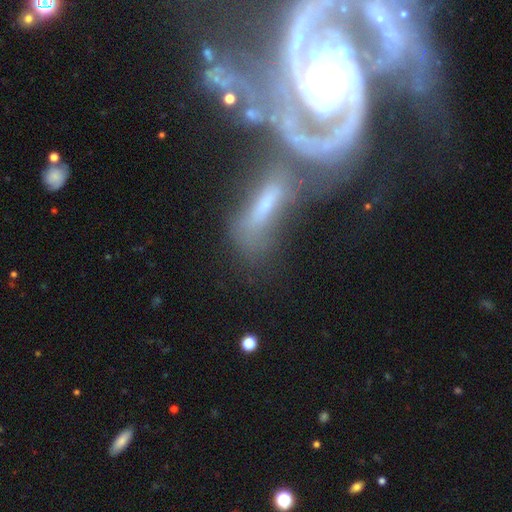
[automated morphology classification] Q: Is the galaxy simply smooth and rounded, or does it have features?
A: featured or disk — 56%.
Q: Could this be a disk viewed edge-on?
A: no — 81%.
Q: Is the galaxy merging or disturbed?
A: merger — 41%.